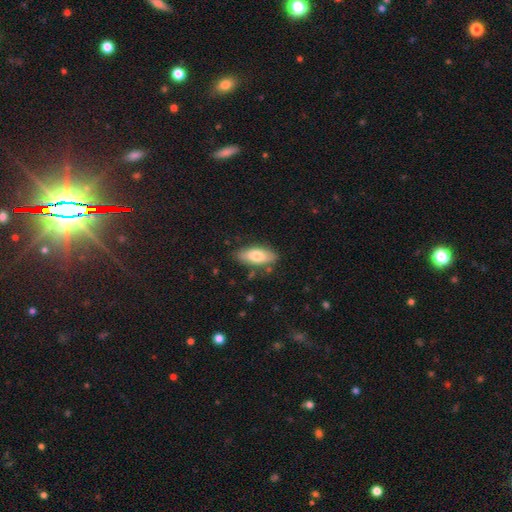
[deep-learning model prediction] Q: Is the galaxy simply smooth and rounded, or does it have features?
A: smooth — 76%.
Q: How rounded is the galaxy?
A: in between — 83%.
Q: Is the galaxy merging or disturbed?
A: none — 79%.